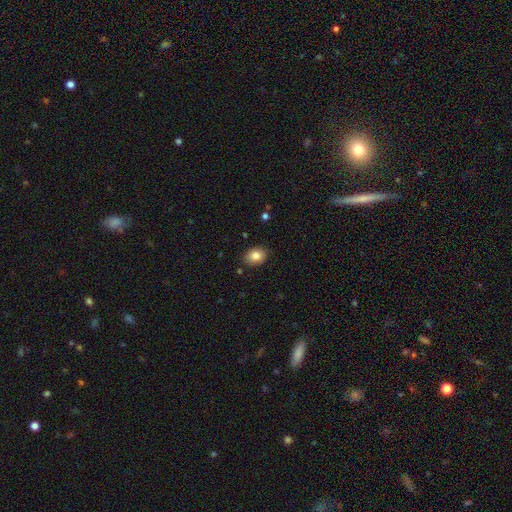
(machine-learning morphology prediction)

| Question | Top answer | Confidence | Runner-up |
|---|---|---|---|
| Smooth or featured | smooth | 84% | star or artifact (9%) |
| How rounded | in between | 70% | round (29%) |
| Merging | none | 86% | minor disturbance (10%) |